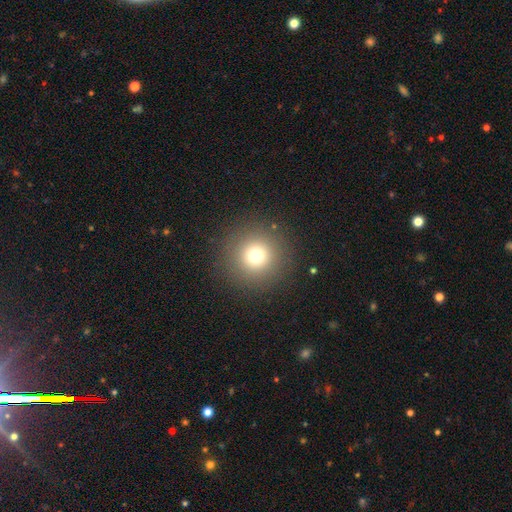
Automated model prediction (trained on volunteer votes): A smooth galaxy with no disk features (73%) that is round (96%). Merging: none (91%).